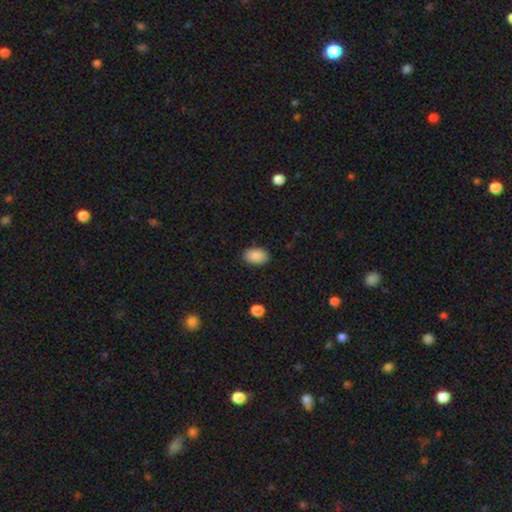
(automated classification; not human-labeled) Overall: smooth (90%). How rounded: in between (90%). Merging: none (87%).